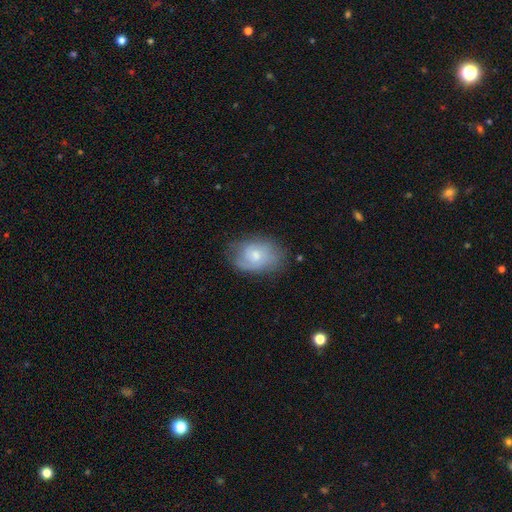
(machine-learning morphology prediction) This is possibly a smooth galaxy (49%). Merging: likely none (65%).